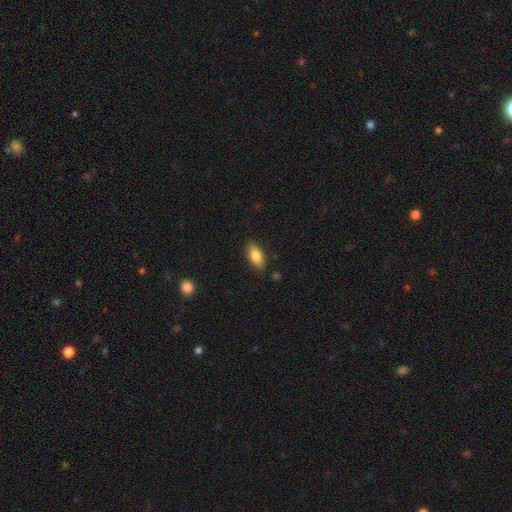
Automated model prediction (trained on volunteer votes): smooth_or_featured: smooth (p=0.83) [alt: featured or disk p=0.10]
how_rounded: in between (p=0.88) [alt: cigar-shaped p=0.09]
merging: none (p=0.86) [alt: minor disturbance p=0.11]